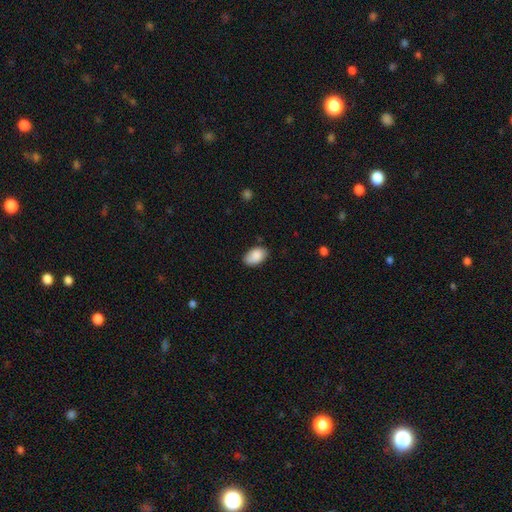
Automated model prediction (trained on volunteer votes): Smooth or featured?
  - smooth: 88% *
  - star or artifact: 6%
  - featured or disk: 5%
How rounded?
  - in between: 92% *
  - round: 7%
  - cigar-shaped: 1%
Merging?
  - none: 80% *
  - minor disturbance: 16%
  - major disturbance: 3%
  - merger: 1%